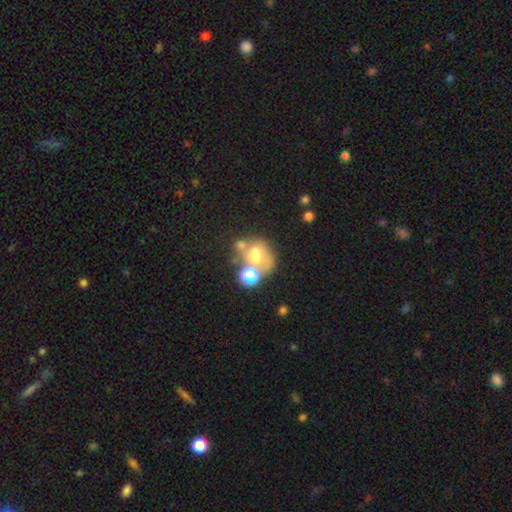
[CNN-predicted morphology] This is marginally a smooth galaxy (44%). Merging: possibly merger (45%).